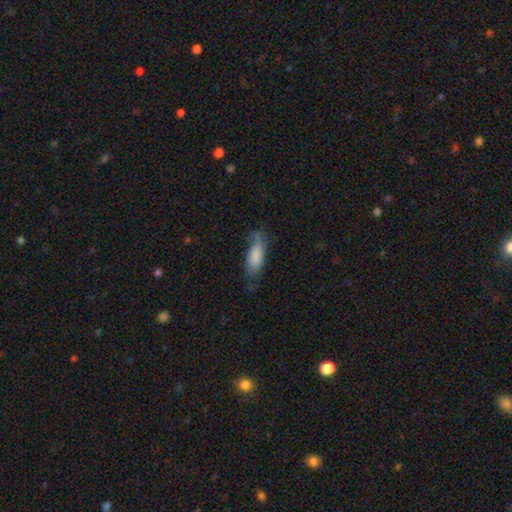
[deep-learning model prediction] Overall: smooth (78%). How rounded: in between (66%; cigar-shaped 32%). Merging: none (53%; minor disturbance 32%).